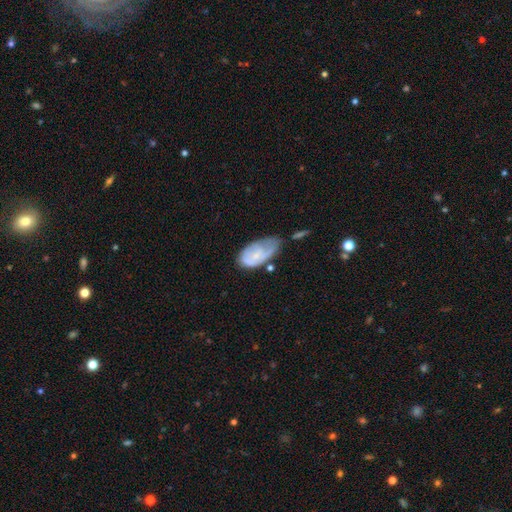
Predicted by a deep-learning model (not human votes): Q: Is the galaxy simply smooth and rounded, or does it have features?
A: featured or disk — 48%.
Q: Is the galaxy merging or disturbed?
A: minor disturbance — 40%.